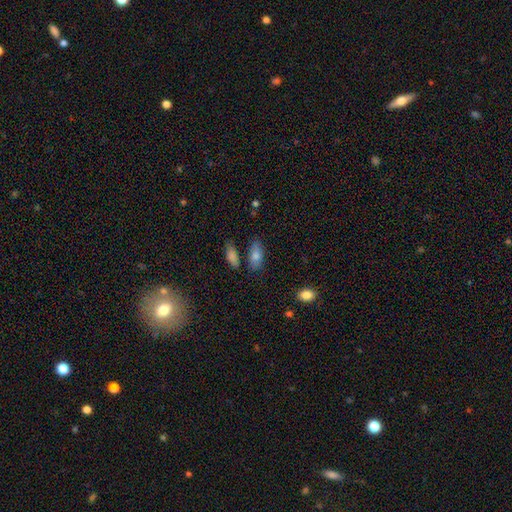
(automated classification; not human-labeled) smooth_or_featured: smooth (p=0.76) [alt: featured or disk p=0.15]
how_rounded: in between (p=0.83) [alt: cigar-shaped p=0.13]
merging: none (p=0.71) [alt: minor disturbance p=0.16]